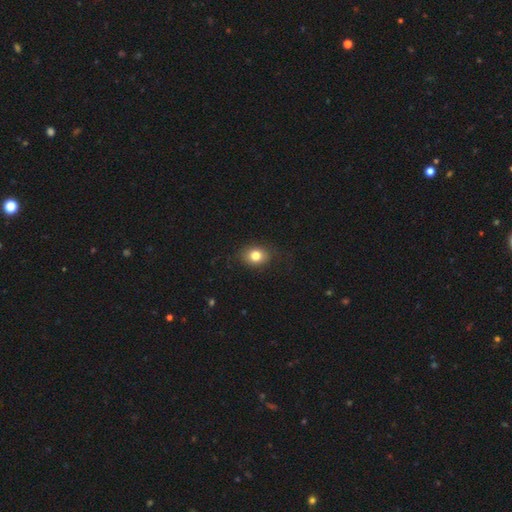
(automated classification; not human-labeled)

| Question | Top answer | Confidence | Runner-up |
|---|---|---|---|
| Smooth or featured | smooth | 81% | star or artifact (11%) |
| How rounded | round | 51% | in between (48%) |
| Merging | none | 83% | minor disturbance (13%) |